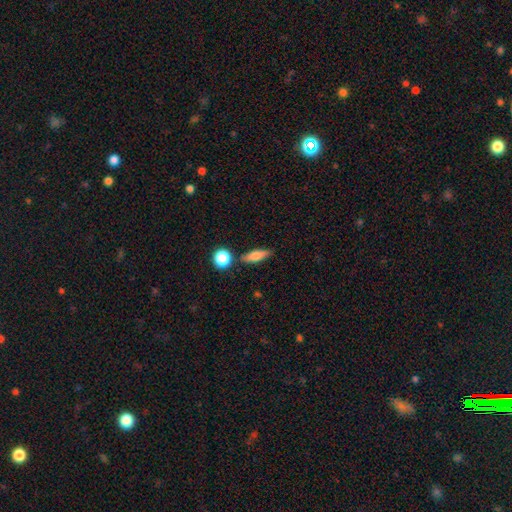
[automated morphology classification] Overall: smooth (69%). How rounded: in between (48%; cigar-shaped 45%). Merging: none (79%).